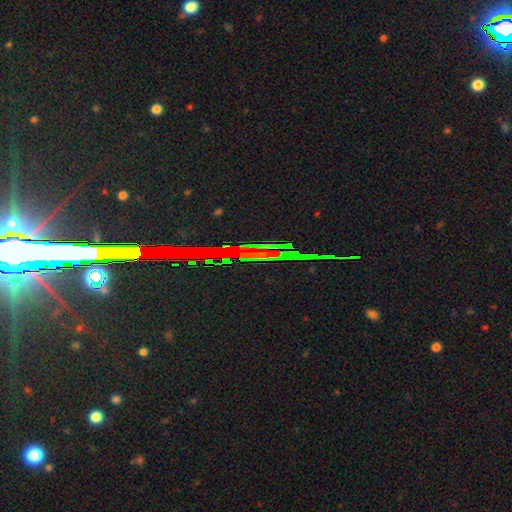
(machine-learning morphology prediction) Overall: star or artifact (72%).